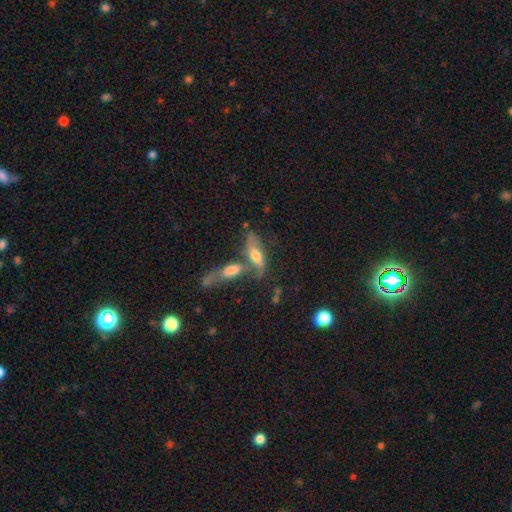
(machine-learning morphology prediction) type=smooth (50%); merging=merger (48%).